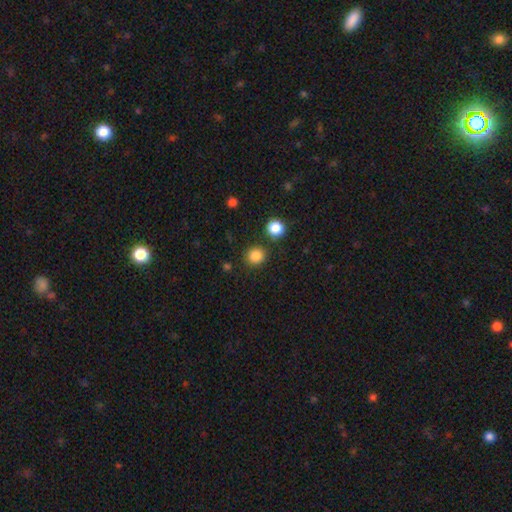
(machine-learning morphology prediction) Smooth or featured?
  - smooth: 85% *
  - star or artifact: 11%
  - featured or disk: 4%
How rounded?
  - round: 89% *
  - in between: 10%
  - cigar-shaped: 1%
Merging?
  - none: 85% *
  - minor disturbance: 7%
  - merger: 5%
  - major disturbance: 3%